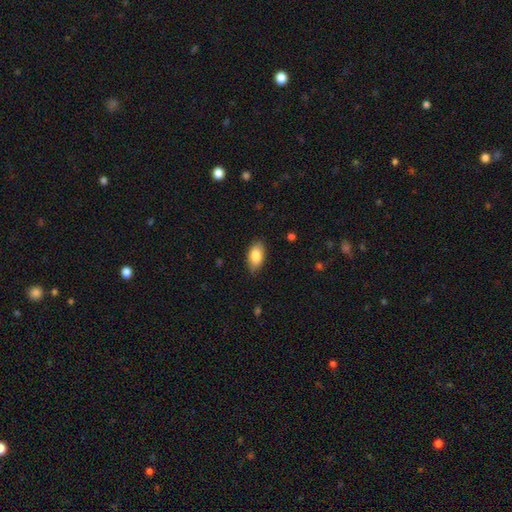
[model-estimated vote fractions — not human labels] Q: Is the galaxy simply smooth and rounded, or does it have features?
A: smooth — 85%.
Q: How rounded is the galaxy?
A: in between — 92%.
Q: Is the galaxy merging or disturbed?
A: none — 83%.